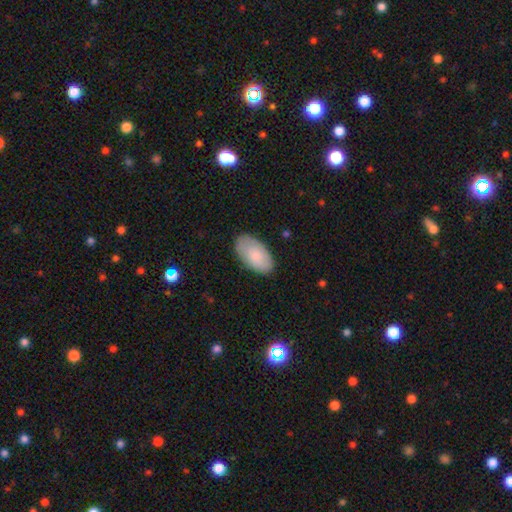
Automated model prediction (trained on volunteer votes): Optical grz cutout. It shows a smooth galaxy with no disk features (81%) that is in between round and cigar-shaped (95%). Merging: none (83%).